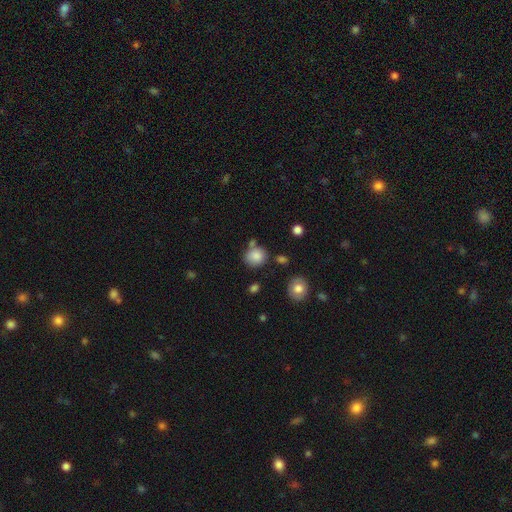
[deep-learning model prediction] Morphology: type=smooth (85%); roundness=round (84%); merging=none (71%).